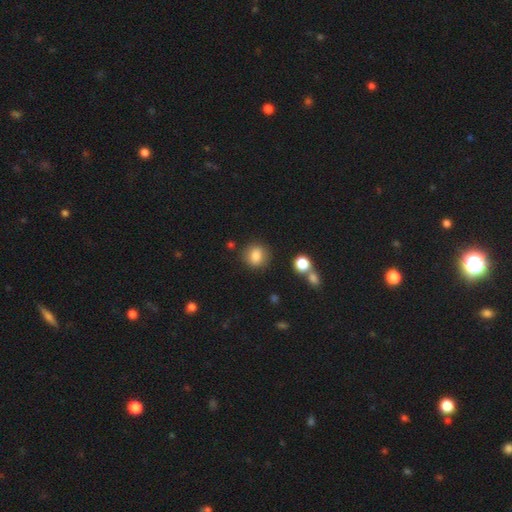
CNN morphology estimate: This appears to be a smooth galaxy with no disk features (82%) that is round (75%). Merging: none (82%).